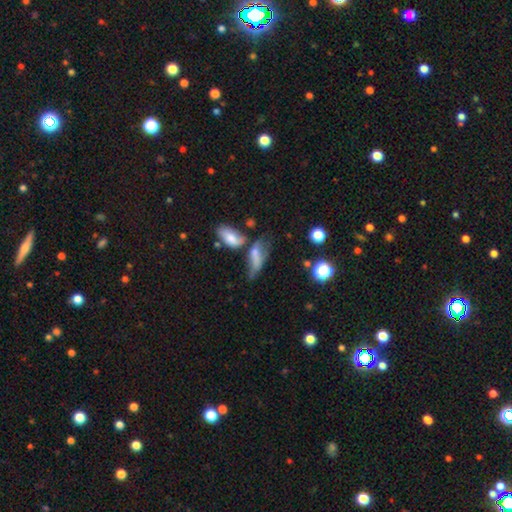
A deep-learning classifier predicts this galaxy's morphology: smooth_or_featured: smooth (p=0.59) [alt: featured or disk p=0.29]
how_rounded: in between (p=0.73) [alt: cigar-shaped p=0.22]
merging: merger (p=0.30) [alt: none p=0.25]